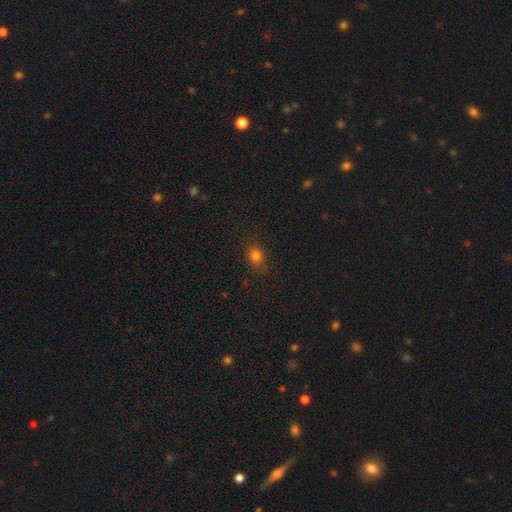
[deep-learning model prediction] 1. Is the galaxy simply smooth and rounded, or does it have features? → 78% smooth, 15% star or artifact, 7% featured or disk.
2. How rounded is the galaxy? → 54% in between, 44% round, 2% cigar-shaped.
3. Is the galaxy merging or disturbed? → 83% none, 13% minor disturbance, 3% major disturbance, 1% merger.